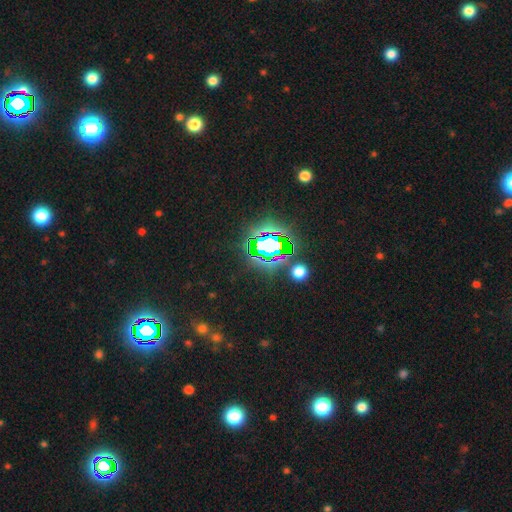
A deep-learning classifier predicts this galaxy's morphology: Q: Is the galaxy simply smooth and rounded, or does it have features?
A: star or artifact — 82%.